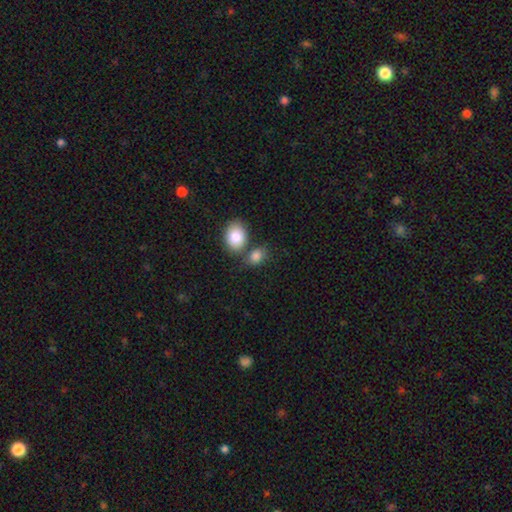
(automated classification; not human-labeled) Smooth or featured? Predicted: smooth (p=0.82). How rounded? Predicted: in between (p=0.64). Merging? Predicted: none (p=0.55).